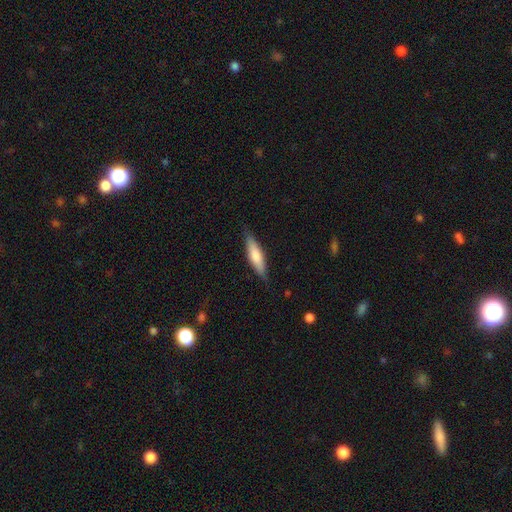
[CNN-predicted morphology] Smooth or featured?
  - smooth: 68% *
  - featured or disk: 27%
  - star or artifact: 5%
How rounded?
  - cigar-shaped: 72% *
  - in between: 27%
  - round: 2%
Merging?
  - none: 84% *
  - minor disturbance: 12%
  - major disturbance: 2%
  - merger: 1%